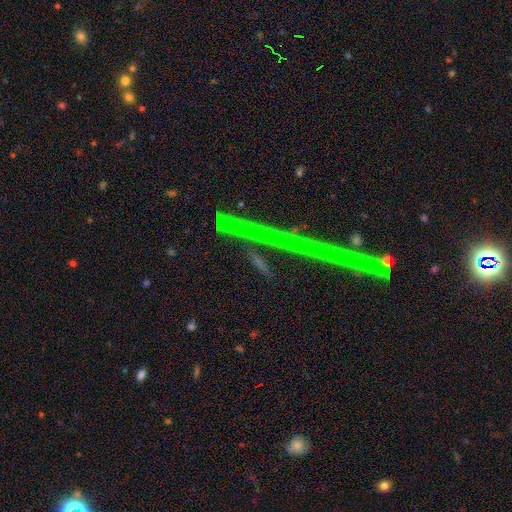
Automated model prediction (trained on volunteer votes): A star or artifact, not a galaxy (59%).

Vote fractions:
- Smooth or featured? star or artifact: 59% / featured or disk: 29% / smooth: 12%